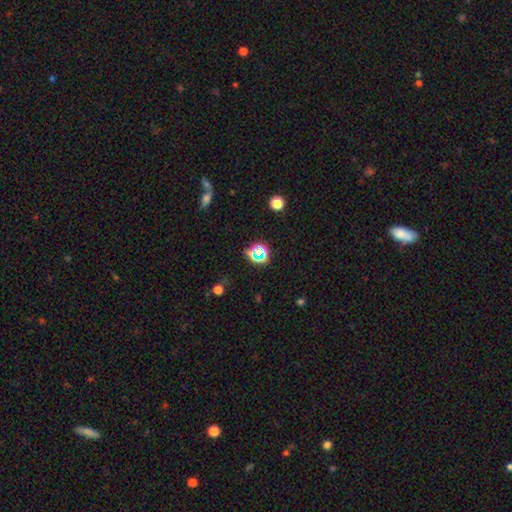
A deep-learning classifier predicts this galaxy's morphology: smooth-or-featured: star or artifact: 61% | smooth: 29% | featured or disk: 11%